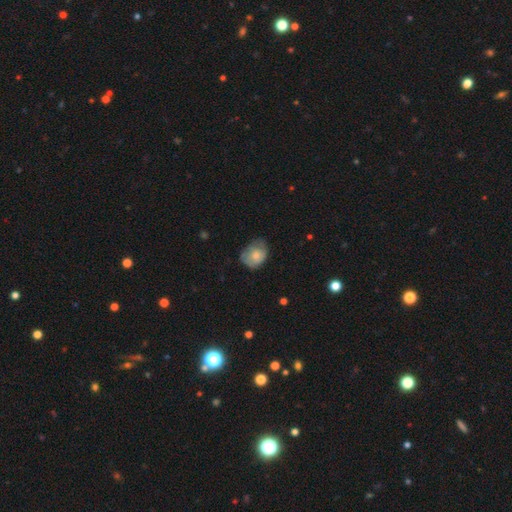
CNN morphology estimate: The model was most divided on "merging": none: 48%, minor disturbance: 37%, major disturbance: 13%, merger: 2%. More confident: smooth or featured — smooth (70%); how rounded — in between (56%).